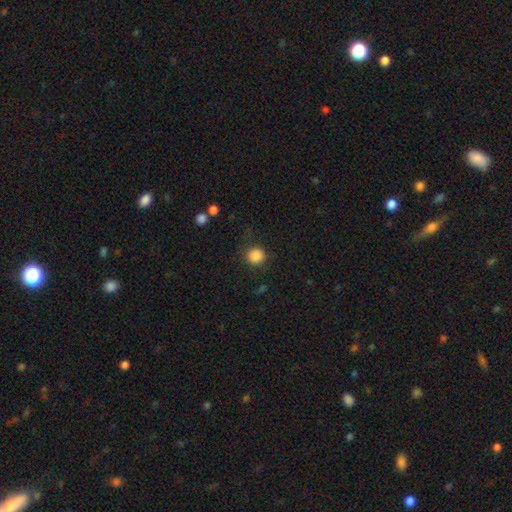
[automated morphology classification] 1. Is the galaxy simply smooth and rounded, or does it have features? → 87% smooth, 10% star or artifact, 3% featured or disk.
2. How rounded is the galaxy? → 92% round, 7% in between, 1% cigar-shaped.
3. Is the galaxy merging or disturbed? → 84% none, 10% minor disturbance, 4% major disturbance, 1% merger.